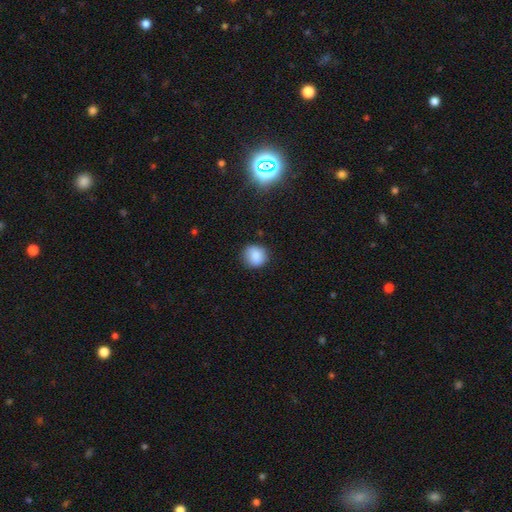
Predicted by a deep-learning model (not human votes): This appears to be a smooth galaxy with no disk features (86%) that is round (87%). Merging: none (84%).